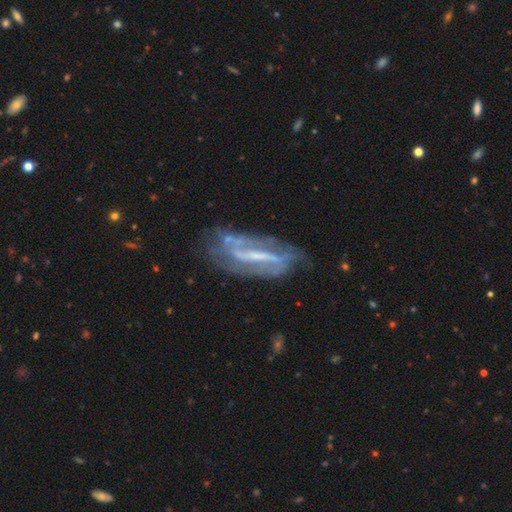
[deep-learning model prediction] featured or disk 83%, smooth 10%, star or artifact 7%. Down the decision tree: edge-on disk — no (86%); bar — strong (65%); spiral arms — yes (86%); spiral arm count — 2 (69%); spiral winding — medium (40%); bulge size — small (44%); merging — none (64%).